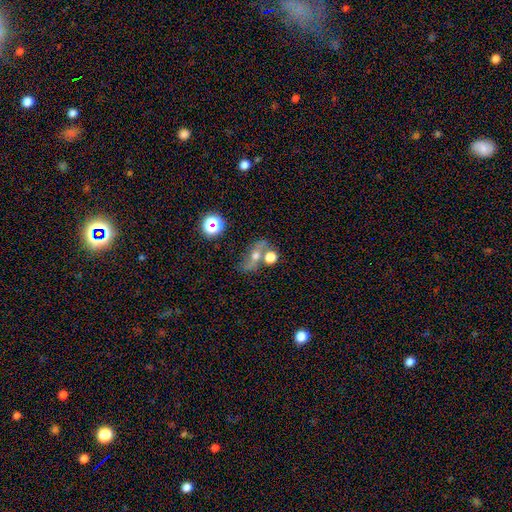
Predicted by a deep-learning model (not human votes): The model was most divided on "smooth or featured": featured or disk: 47%, smooth: 35%, star or artifact: 19%. More confident: merging — none (52%).